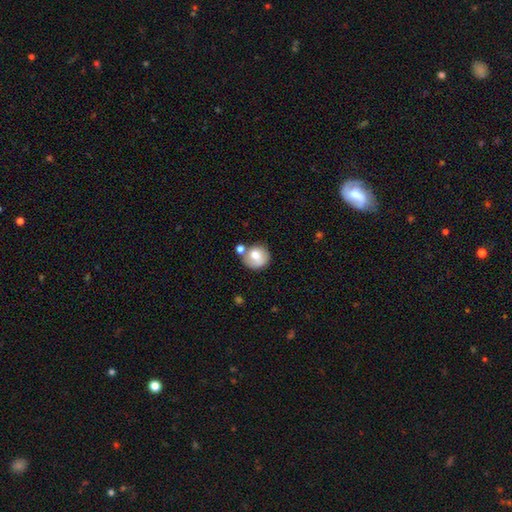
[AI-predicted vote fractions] The model was most divided on "merging": none: 53%, merger: 22%, minor disturbance: 18%, major disturbance: 8%. More confident: how rounded — round (81%); smooth or featured — smooth (71%).